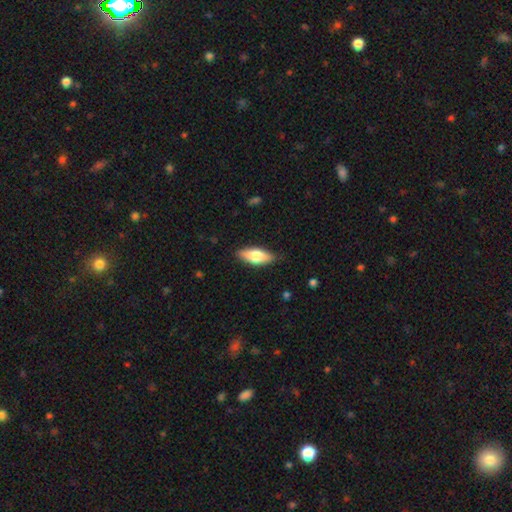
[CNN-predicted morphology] Q: Smooth or featured?
A: smooth (71%); runner-up: featured or disk (24%)
Q: How rounded?
A: in between (79%); runner-up: cigar-shaped (19%)
Q: Merging?
A: none (84%); runner-up: minor disturbance (13%)